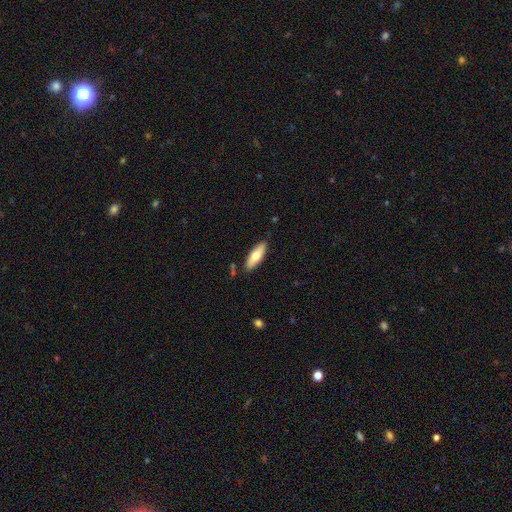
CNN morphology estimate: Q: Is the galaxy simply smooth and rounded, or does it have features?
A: smooth — 70%.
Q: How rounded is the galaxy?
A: in between — 54%.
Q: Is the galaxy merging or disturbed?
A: none — 84%.